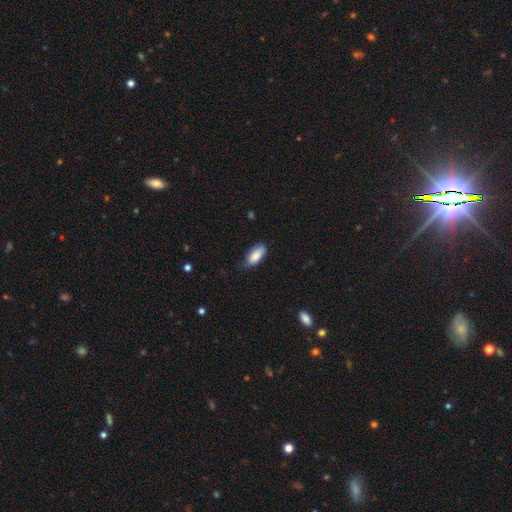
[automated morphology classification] Smooth or featured? smooth (86%)
How rounded? in between (88%)
Merging? none (60%)